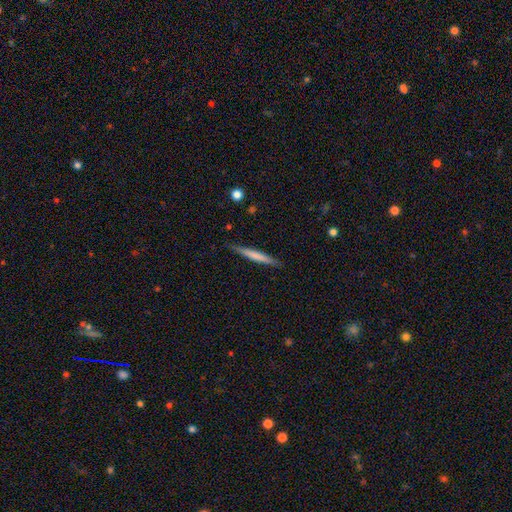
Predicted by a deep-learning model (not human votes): Overall: smooth (59%; featured or disk 36%). How rounded: cigar-shaped (96%). Merging: none (87%).